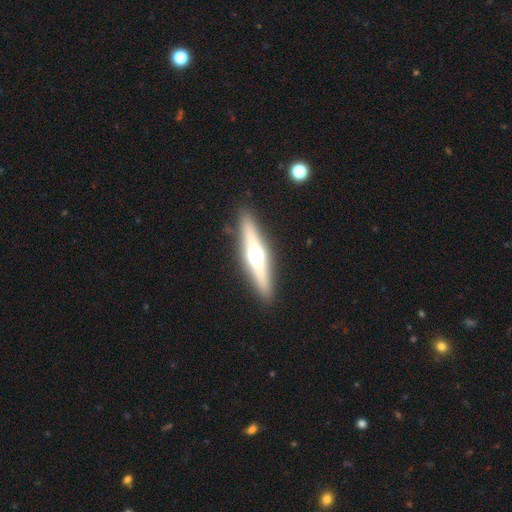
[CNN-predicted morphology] This appears to be a featured or disk galaxy (61%) viewed edge-on (93%) with a rounded central bulge (95%). Merging: none (89%).